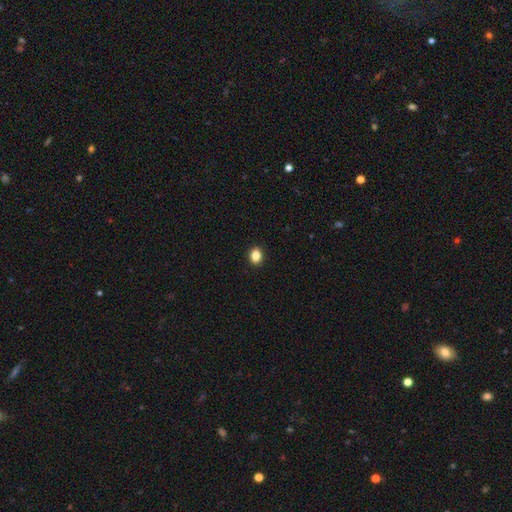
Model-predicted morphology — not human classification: type=smooth (86%); roundness=in between (50%); merging=none (92%).